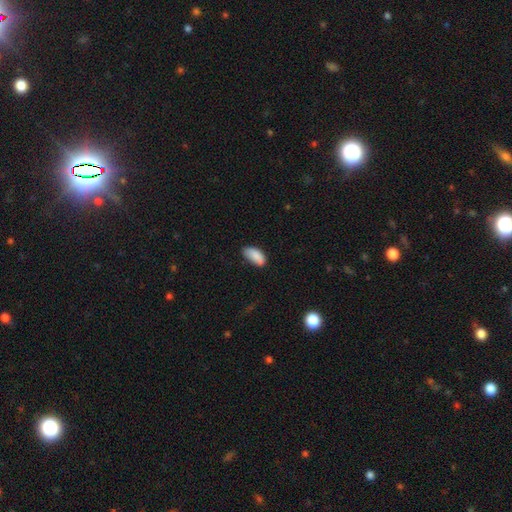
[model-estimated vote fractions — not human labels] Smooth or featured? Predicted: smooth (p=0.88). How rounded? Predicted: in between (p=0.93). Merging? Predicted: none (p=0.68).